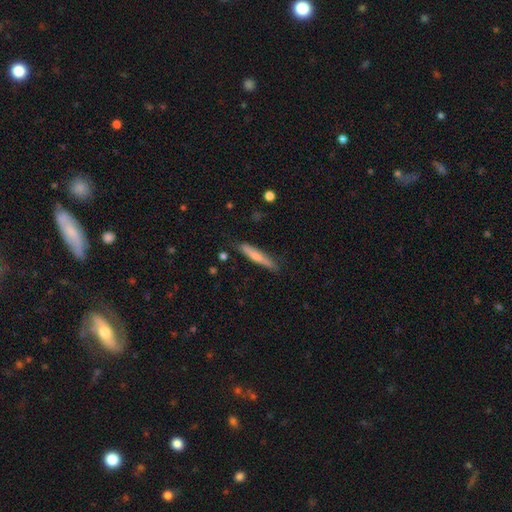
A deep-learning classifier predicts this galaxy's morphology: smooth_or_featured: smooth (p=0.68) [alt: featured or disk p=0.27]
how_rounded: cigar-shaped (p=0.93) [alt: in between p=0.05]
merging: none (p=0.82) [alt: minor disturbance p=0.14]